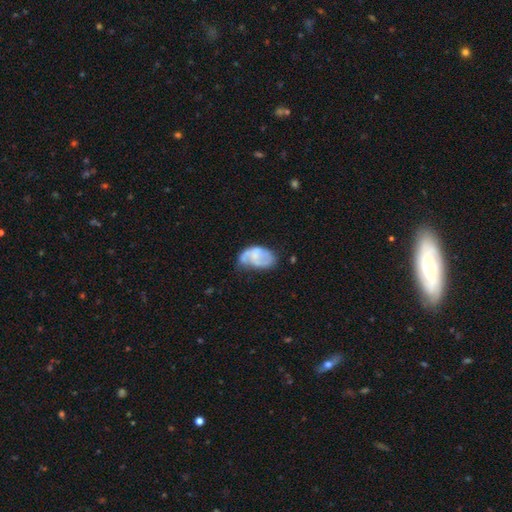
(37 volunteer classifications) Smooth or featured? featured or disk (62%)
Edge-on disk? no (100%)
Bar? no (70%)
Spiral arms? no (52%)
Bulge size? small (48%)
Merging? major disturbance (37%)